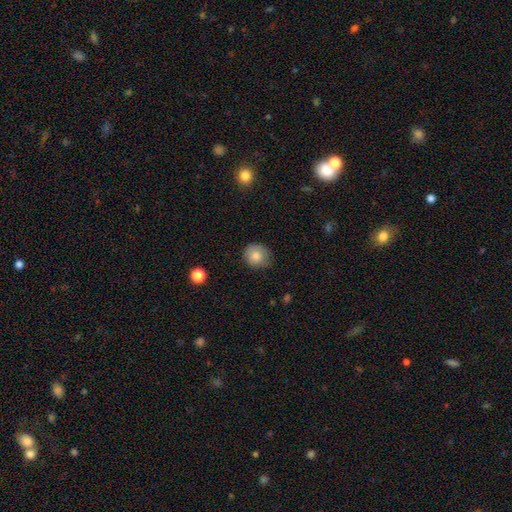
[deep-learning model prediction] Smooth or featured?
  - smooth: 80% *
  - featured or disk: 11%
  - star or artifact: 9%
How rounded?
  - round: 86% *
  - in between: 13%
  - cigar-shaped: 1%
Merging?
  - none: 77% *
  - minor disturbance: 18%
  - major disturbance: 3%
  - merger: 1%